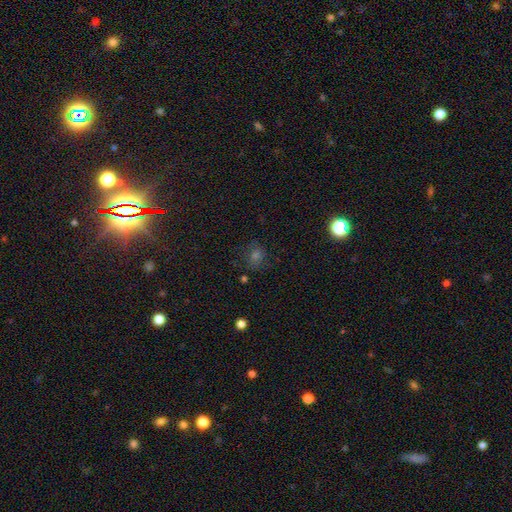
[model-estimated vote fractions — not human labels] smooth 49%, star or artifact 38%, featured or disk 13%. Down the decision tree: merging — none (80%).